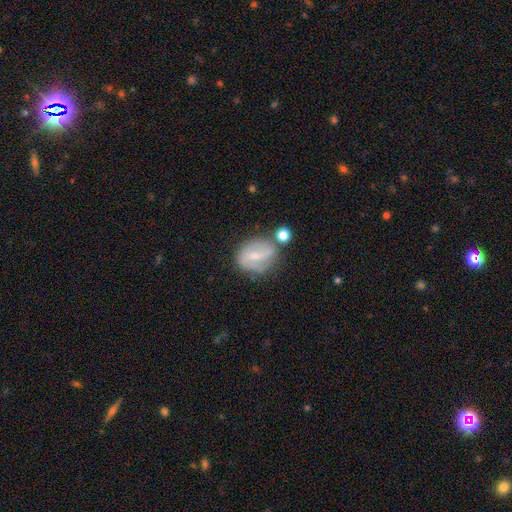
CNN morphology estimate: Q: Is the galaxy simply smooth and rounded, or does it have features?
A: featured or disk — 61%.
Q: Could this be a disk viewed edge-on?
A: no — 96%.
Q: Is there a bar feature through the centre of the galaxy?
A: weak — 49%.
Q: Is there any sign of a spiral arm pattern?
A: yes — 80%.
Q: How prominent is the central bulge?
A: small — 58%.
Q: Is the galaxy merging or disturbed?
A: none — 54%.